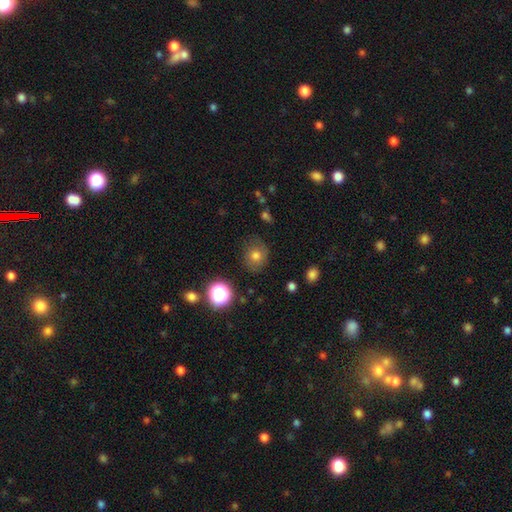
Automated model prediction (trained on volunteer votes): Smooth or featured? Predicted: smooth (p=0.74). How rounded? Predicted: round (p=0.76). Merging? Predicted: none (p=0.79).